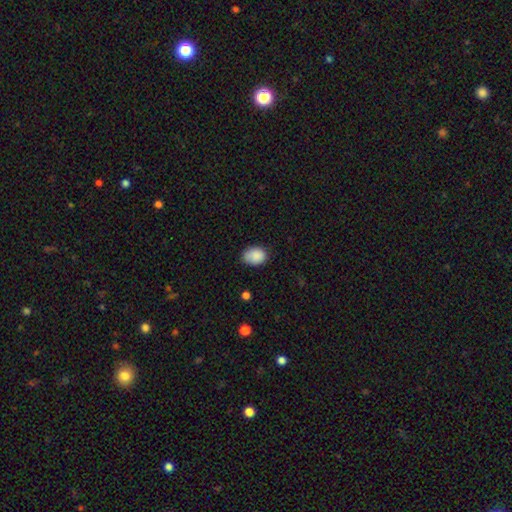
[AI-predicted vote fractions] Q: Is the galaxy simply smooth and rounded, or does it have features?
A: smooth — 87%.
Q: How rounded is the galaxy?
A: in between — 69%.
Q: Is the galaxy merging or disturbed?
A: none — 68%.